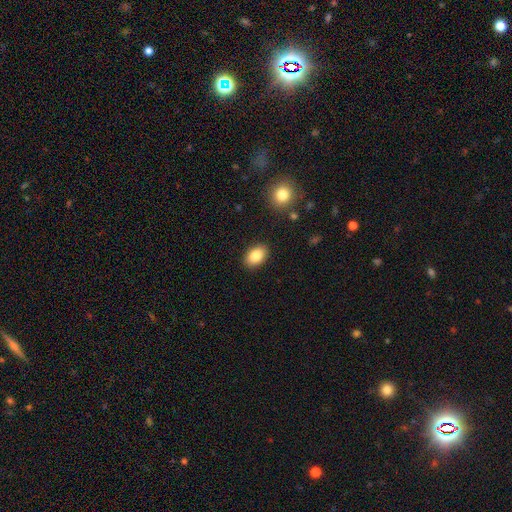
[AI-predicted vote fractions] smooth_or_featured: smooth (p=0.86) [alt: star or artifact p=0.08]
how_rounded: in between (p=0.87) [alt: round p=0.11]
merging: none (p=0.88) [alt: minor disturbance p=0.08]